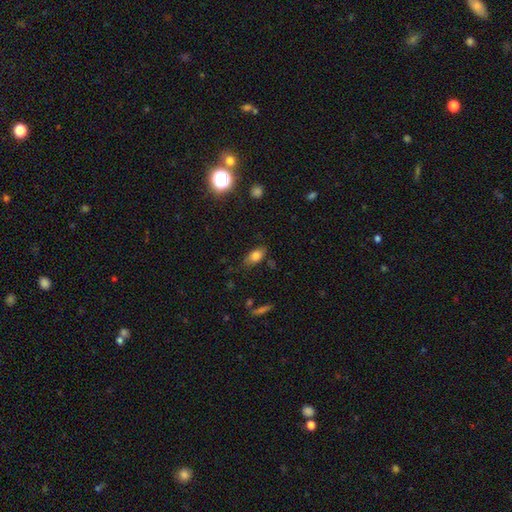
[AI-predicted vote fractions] This appears to be a smooth galaxy with no disk features (77%) that is in between round and cigar-shaped (87%). Merging: none (66%).